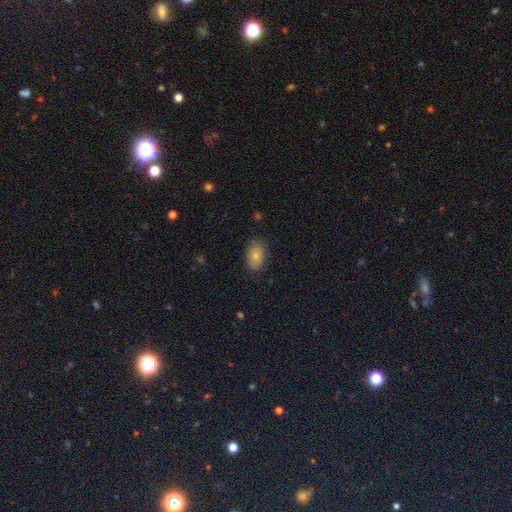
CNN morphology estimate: Smooth or featured? smooth (81%)
How rounded? in between (89%)
Merging? none (83%)